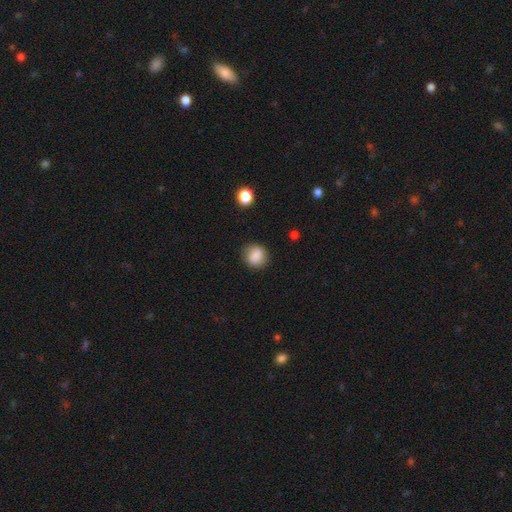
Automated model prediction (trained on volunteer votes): Smooth or featured?
  - smooth: 86% *
  - star or artifact: 9%
  - featured or disk: 6%
How rounded?
  - round: 75% *
  - in between: 23%
  - cigar-shaped: 1%
Merging?
  - none: 81% *
  - minor disturbance: 14%
  - major disturbance: 4%
  - merger: 1%